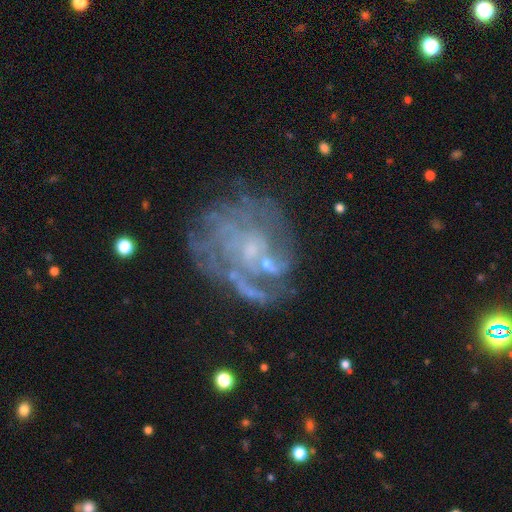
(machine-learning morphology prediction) featured or disk 78%, smooth 12%, star or artifact 11%. Down the decision tree: edge-on disk — no (98%); bar — no (71%); spiral arms — yes (76%); spiral arm count — can't tell (48%); spiral winding — tight (48%); bulge size — small (54%); merging — none (49%).